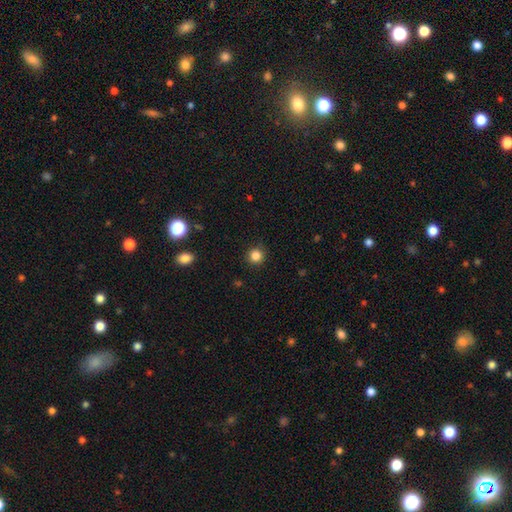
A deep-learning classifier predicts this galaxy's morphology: smooth_or_featured: smooth (p=0.84) [alt: star or artifact p=0.12]
how_rounded: round (p=0.94) [alt: in between p=0.05]
merging: none (p=0.91) [alt: minor disturbance p=0.06]